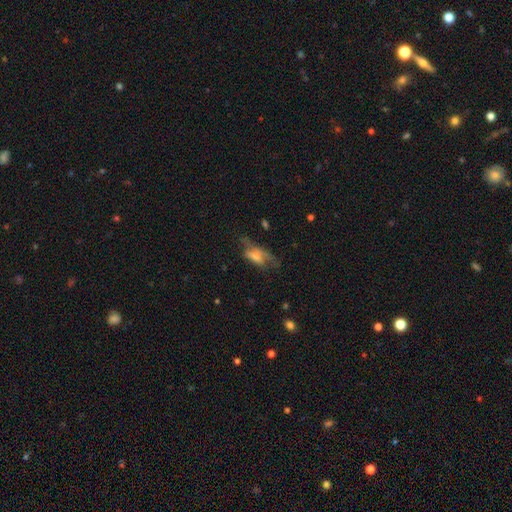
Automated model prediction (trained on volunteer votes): Smooth or featured: featured or disk — 46% (smooth — 41%)
Merging: major disturbance — 36% (tied with none — 36%)